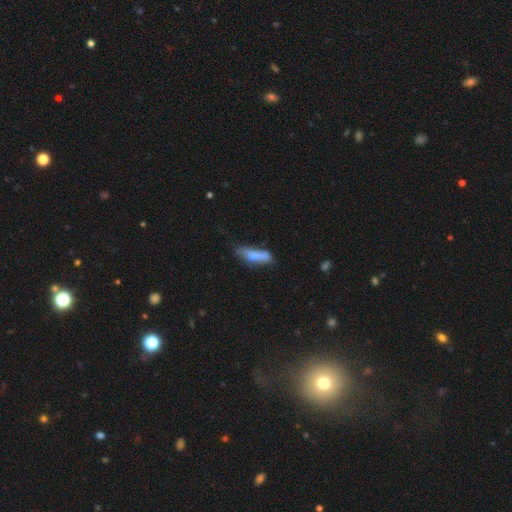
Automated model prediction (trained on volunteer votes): Smooth or featured? Predicted: smooth (p=0.71). How rounded? Predicted: cigar-shaped (p=0.54). Merging? Predicted: none (p=0.49).